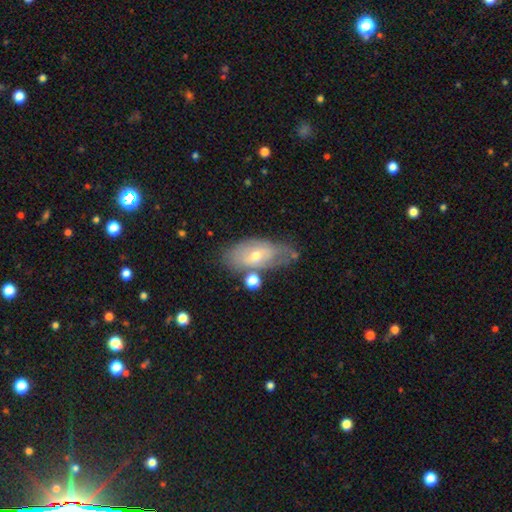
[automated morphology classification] Q: Smooth or featured?
A: featured or disk (47%); runner-up: smooth (45%)
Q: Merging?
A: none (53%); runner-up: minor disturbance (27%)